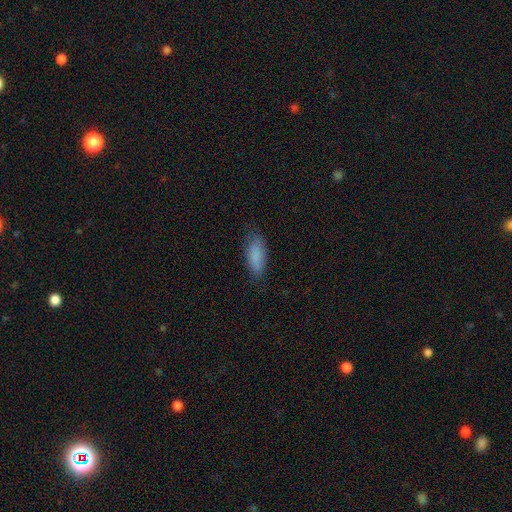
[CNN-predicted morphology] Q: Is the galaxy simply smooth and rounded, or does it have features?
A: smooth — 86%.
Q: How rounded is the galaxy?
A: in between — 77%.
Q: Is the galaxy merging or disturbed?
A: none — 77%.